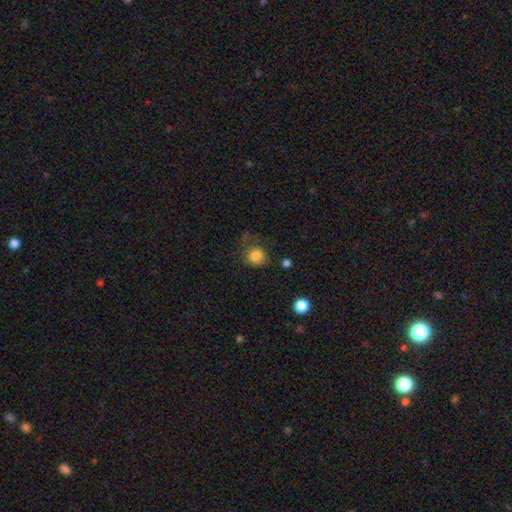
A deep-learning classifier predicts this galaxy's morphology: smooth_or_featured: smooth (p=0.83) [alt: star or artifact p=0.10]
how_rounded: round (p=0.79) [alt: in between p=0.20]
merging: none (p=0.54) [alt: minor disturbance p=0.25]